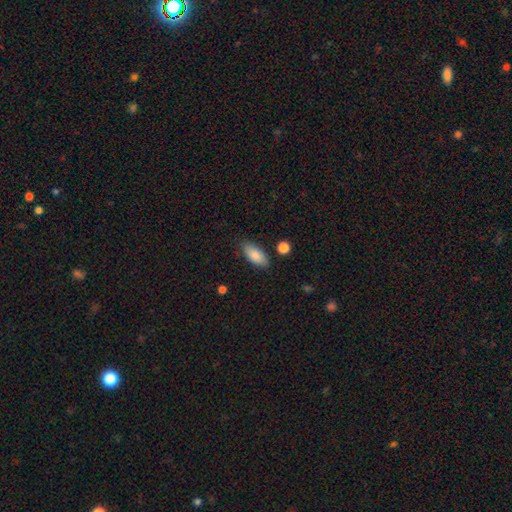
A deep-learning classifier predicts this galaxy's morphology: Smooth or featured? Predicted: smooth (p=0.86). How rounded? Predicted: in between (p=0.87). Merging? Predicted: none (p=0.81).